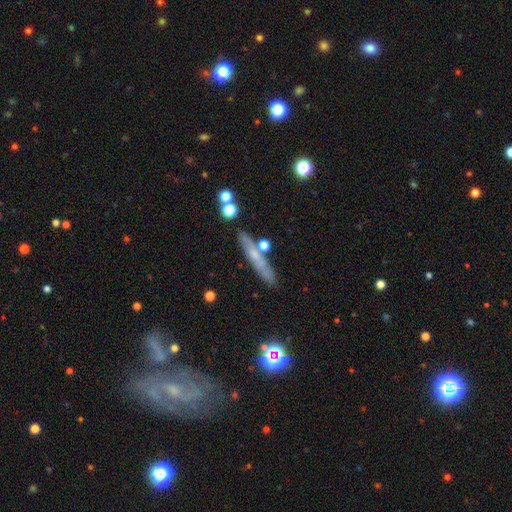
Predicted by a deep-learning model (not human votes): This is possibly a smooth galaxy (51%). How rounded: clearly cigar-shaped (89%). Merging: likely none (79%).